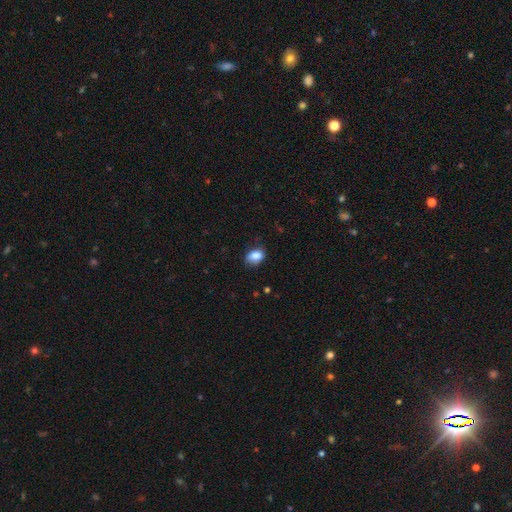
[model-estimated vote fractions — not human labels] Smooth or featured: smooth — 85% (star or artifact — 8%)
How rounded: in between — 80% (round — 19%)
Merging: none — 67% (minor disturbance — 25%)